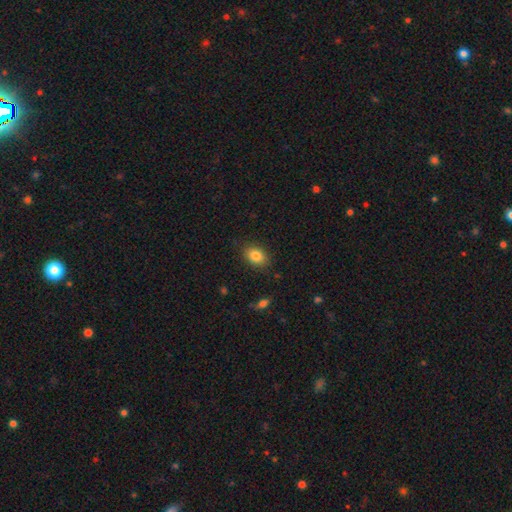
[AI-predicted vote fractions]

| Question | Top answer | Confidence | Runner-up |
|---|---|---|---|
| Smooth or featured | smooth | 84% | star or artifact (9%) |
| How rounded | in between | 76% | round (23%) |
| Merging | none | 85% | minor disturbance (11%) |